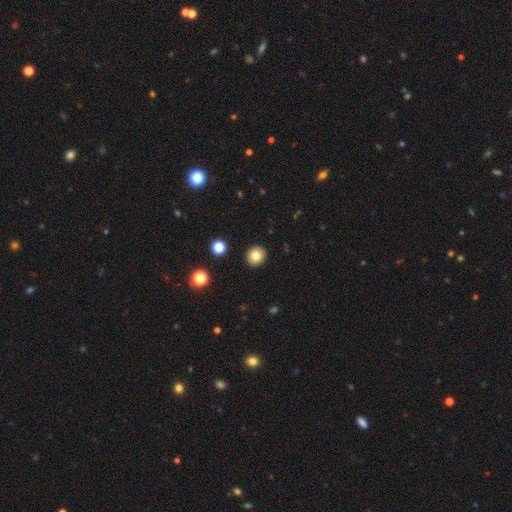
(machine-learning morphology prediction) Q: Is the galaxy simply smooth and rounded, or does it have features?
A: smooth — 81%.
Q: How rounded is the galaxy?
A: round — 91%.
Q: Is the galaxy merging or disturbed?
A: none — 92%.